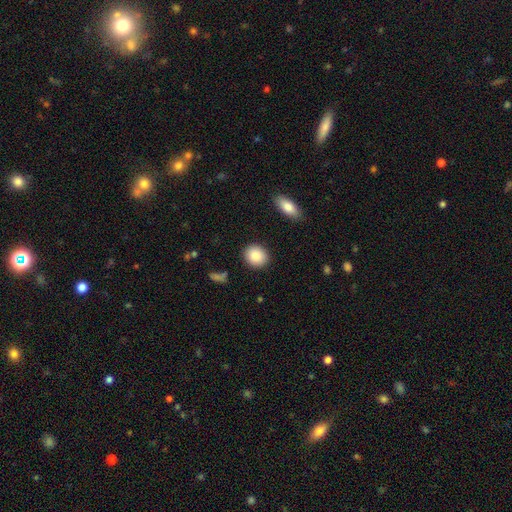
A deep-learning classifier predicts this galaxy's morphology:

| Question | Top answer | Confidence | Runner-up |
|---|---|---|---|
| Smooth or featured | smooth | 87% | star or artifact (7%) |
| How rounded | round | 73% | in between (26%) |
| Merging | none | 90% | minor disturbance (6%) |